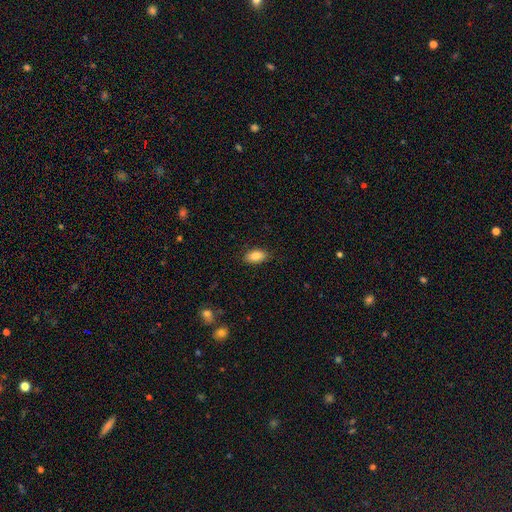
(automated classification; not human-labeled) smooth 85%, featured or disk 7%, star or artifact 7%. Down the decision tree: how rounded — in between (91%); merging — none (87%).